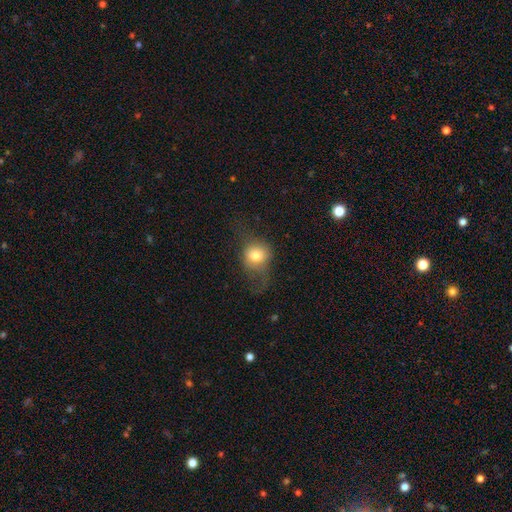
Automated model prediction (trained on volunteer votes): This is likely a smooth galaxy (67%). How rounded: likely round (72%). Merging: marginally none (43%).